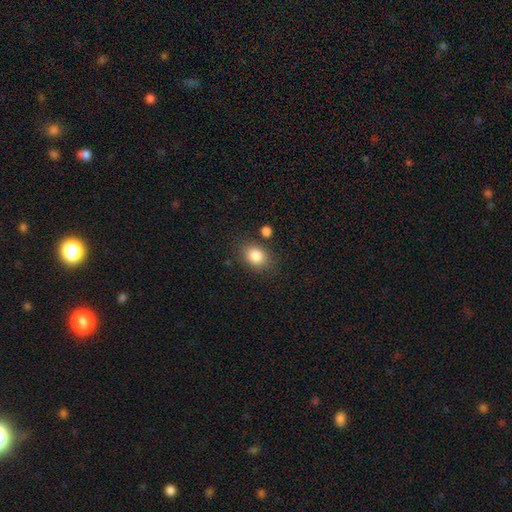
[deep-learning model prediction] Smooth or featured?
  - smooth: 85% *
  - star or artifact: 9%
  - featured or disk: 6%
How rounded?
  - in between: 64% *
  - round: 35%
  - cigar-shaped: 1%
Merging?
  - none: 78% *
  - minor disturbance: 13%
  - merger: 5%
  - major disturbance: 4%